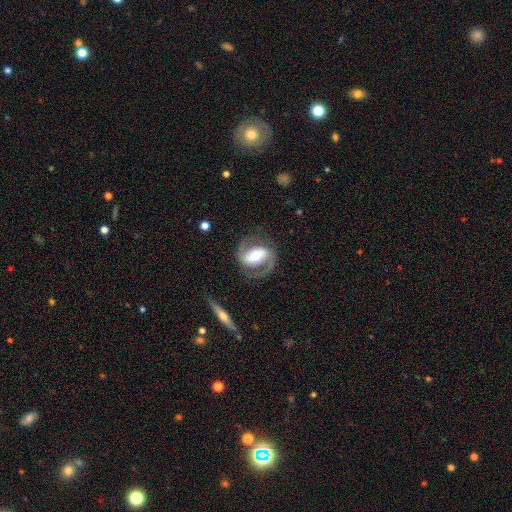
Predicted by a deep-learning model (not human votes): smooth-or-featured: featured or disk: 84% | smooth: 11% | star or artifact: 5%
  disk-edge-on: no: 97% | yes: 3%
    bar: strong: 43% | weak: 32% | no: 24%
    has-spiral-arms: yes: 94% | no: 6%
      spiral-winding: medium: 54% | tight: 25% | loose: 21%
      spiral-arm-count: 2: 90% | 1: 4% | can't tell: 3% | 3: 1% | 4: 1% | more than 4: 1%
    bulge-size: moderate: 68% | small: 18% | large: 12% | dominant: 2% | none: 1%
  merging: none: 78% | minor disturbance: 13% | major disturbance: 8% | merger: 2%